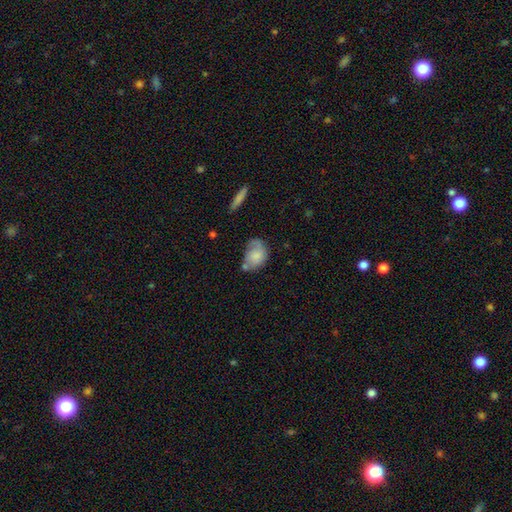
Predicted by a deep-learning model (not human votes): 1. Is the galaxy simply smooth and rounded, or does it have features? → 70% smooth, 22% featured or disk, 8% star or artifact.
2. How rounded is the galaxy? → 70% in between, 29% round, 2% cigar-shaped.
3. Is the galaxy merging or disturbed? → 39% none, 31% minor disturbance, 17% major disturbance, 13% merger.